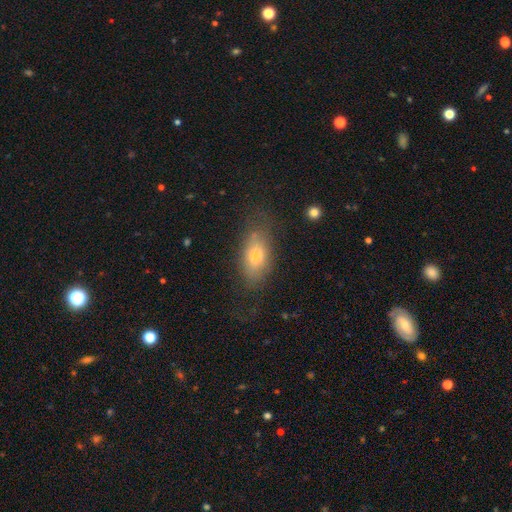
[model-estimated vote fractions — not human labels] smooth_or_featured: smooth (p=0.64) [alt: featured or disk p=0.26]
how_rounded: in between (p=0.82) [alt: cigar-shaped p=0.12]
merging: none (p=0.65) [alt: minor disturbance p=0.22]